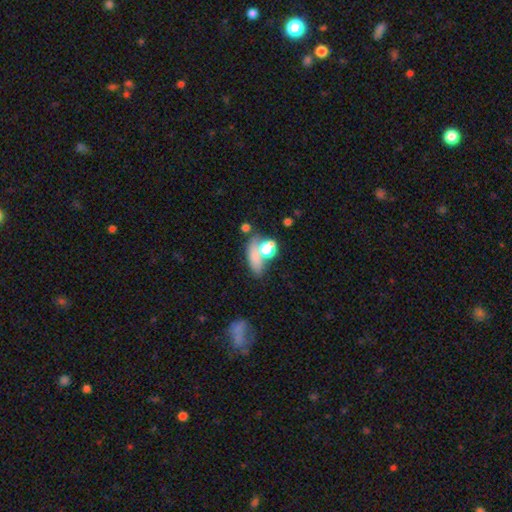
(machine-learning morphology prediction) Q: Smooth or featured?
A: smooth (66%); runner-up: star or artifact (18%)
Q: How rounded?
A: in between (60%); runner-up: round (25%)
Q: Merging?
A: none (44%); runner-up: merger (25%)